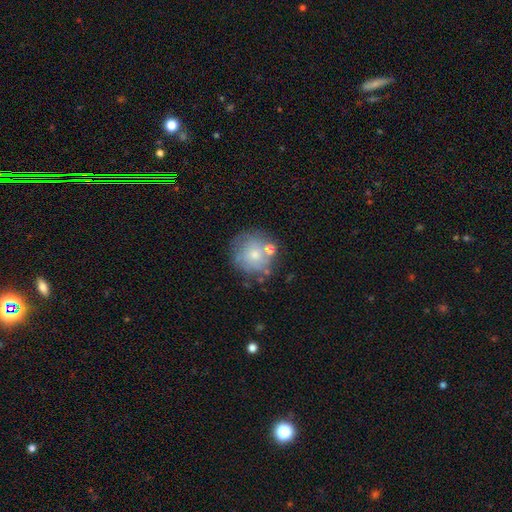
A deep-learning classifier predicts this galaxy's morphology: smooth-or-featured: smooth: 55% | featured or disk: 36% | star or artifact: 10%
  how-rounded: round: 91% | in between: 8% | cigar-shaped: 1%
  merging: none: 64% | minor disturbance: 18% | merger: 10% | major disturbance: 8%